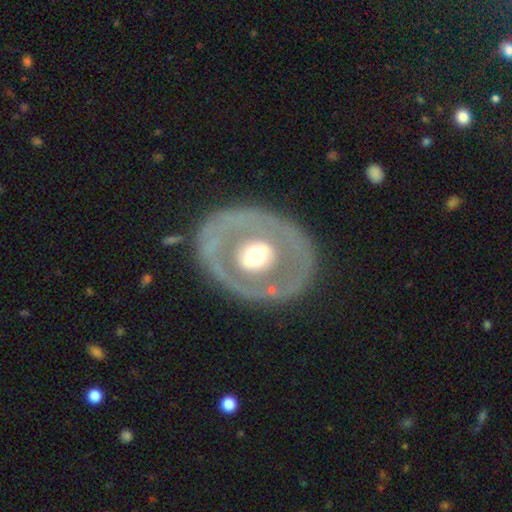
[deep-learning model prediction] Q: Smooth or featured?
A: featured or disk (66%); runner-up: smooth (29%)
Q: Edge-on disk?
A: no (92%); runner-up: yes (8%)
Q: Bar?
A: no (63%); runner-up: weak (21%)
Q: Spiral arms?
A: no (85%); runner-up: yes (15%)
Q: Bulge size?
A: moderate (65%); runner-up: large (21%)
Q: Merging?
A: none (75%); runner-up: minor disturbance (13%)